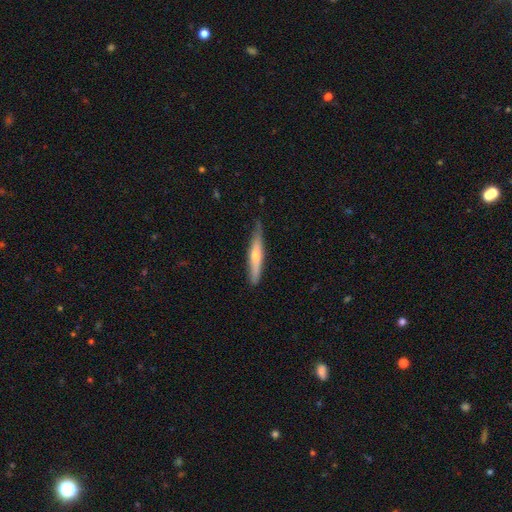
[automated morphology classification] Smooth or featured? Predicted: featured or disk (p=0.55). Edge-on disk? Predicted: yes (p=0.92). Edge-on bulge? Predicted: rounded (p=0.80). Merging? Predicted: none (p=0.83).